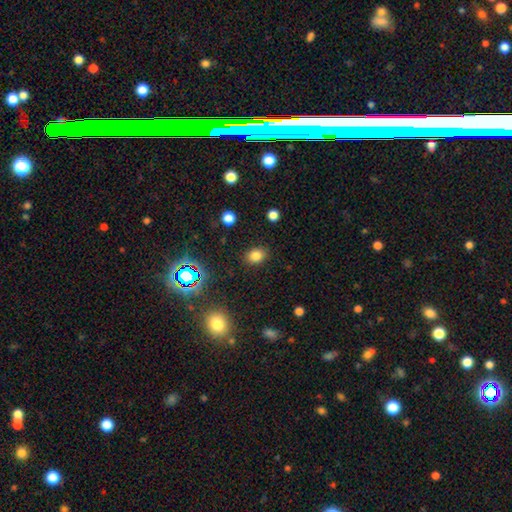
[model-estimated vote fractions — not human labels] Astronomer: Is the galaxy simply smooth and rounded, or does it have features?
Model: smooth — 78%.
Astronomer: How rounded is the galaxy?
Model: in between — 56% (runner-up: round, 43%).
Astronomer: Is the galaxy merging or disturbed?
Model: none — 86%.